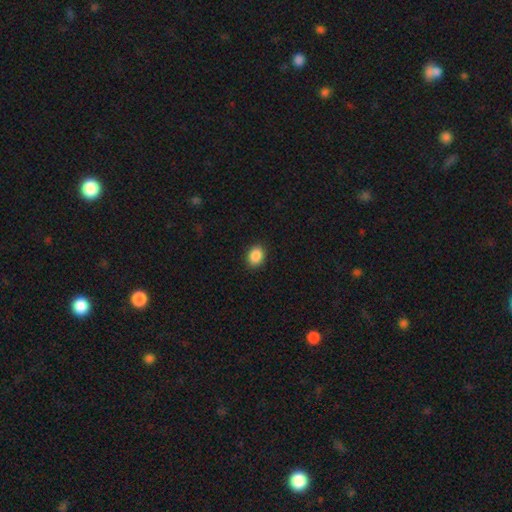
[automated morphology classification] Q: Smooth or featured?
A: smooth (89%); runner-up: star or artifact (8%)
Q: How rounded?
A: in between (56%); runner-up: round (43%)
Q: Merging?
A: none (90%); runner-up: minor disturbance (7%)